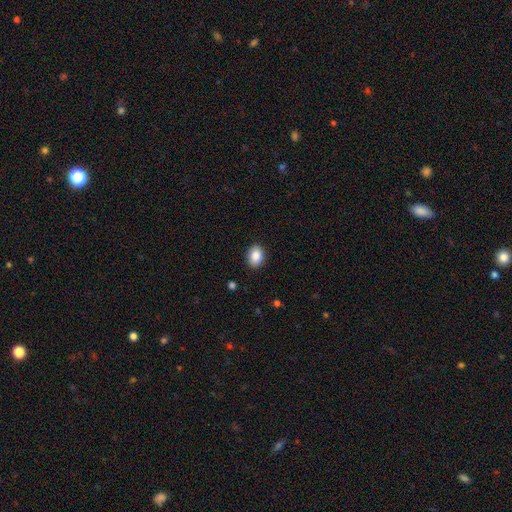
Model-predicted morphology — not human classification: A smooth galaxy with no disk features (86%) that is in between round and cigar-shaped (68%). Merging: none (90%).